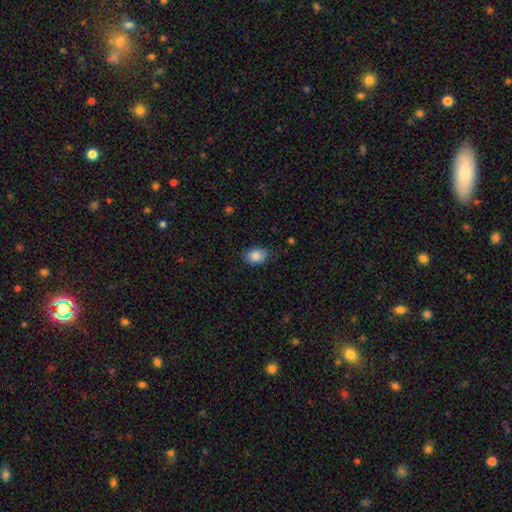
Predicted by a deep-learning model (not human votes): Smooth or featured? Predicted: smooth (p=0.87). How rounded? Predicted: in between (p=0.78). Merging? Predicted: none (p=0.79).